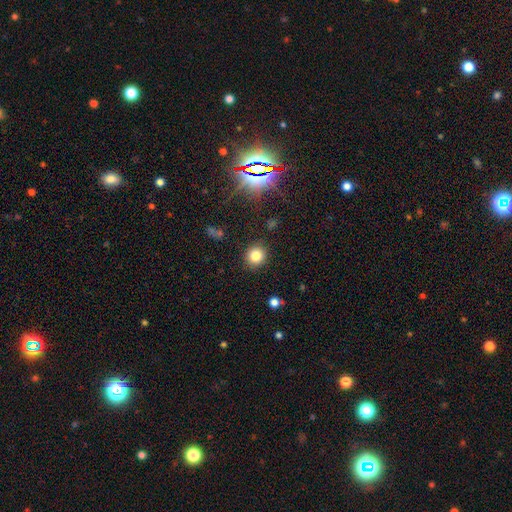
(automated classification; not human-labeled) smooth 80%, star or artifact 13%, featured or disk 6%. Down the decision tree: how rounded — round (88%); merging — none (89%).